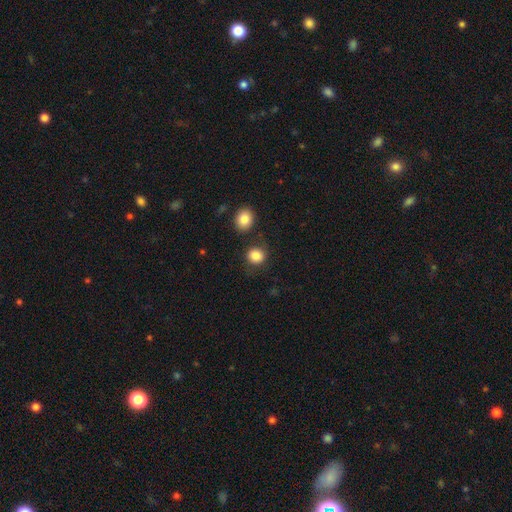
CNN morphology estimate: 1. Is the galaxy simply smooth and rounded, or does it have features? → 85% smooth, 10% star or artifact, 5% featured or disk.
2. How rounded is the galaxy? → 81% round, 18% in between, 1% cigar-shaped.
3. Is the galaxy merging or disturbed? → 78% none, 11% minor disturbance, 6% merger, 4% major disturbance.